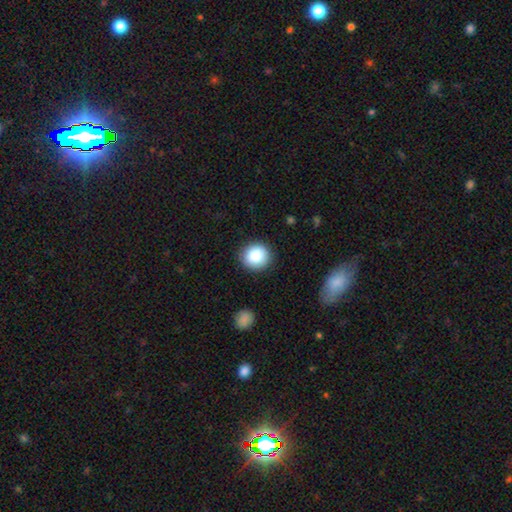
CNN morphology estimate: Overall: smooth (87%). How rounded: round (89%). Merging: none (89%).